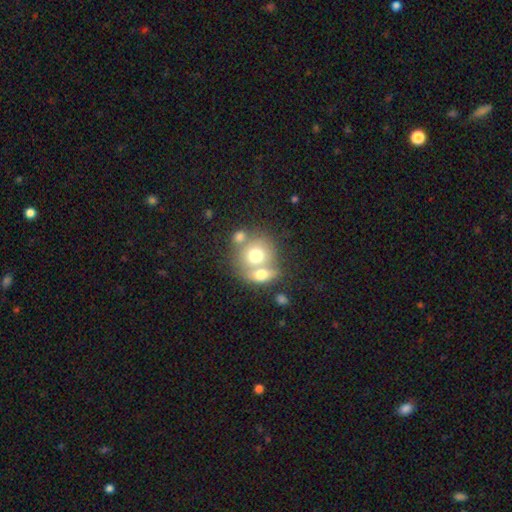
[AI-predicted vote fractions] Smooth or featured? smooth (69%)
How rounded? round (75%)
Merging? merger (56%)